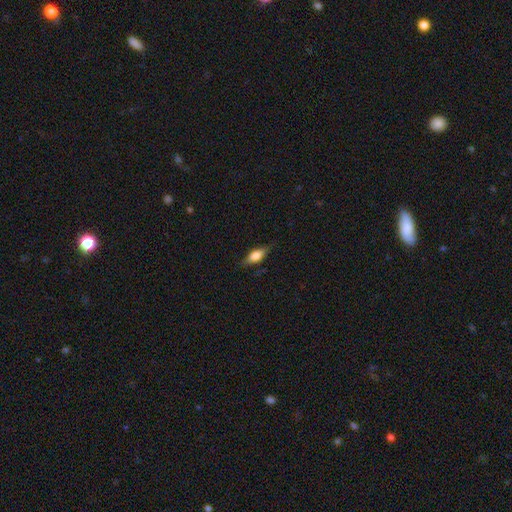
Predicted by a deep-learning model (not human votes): A smooth galaxy with no disk features (57%) that is in between round and cigar-shaped (71%).

Vote fractions:
- Smooth or featured? smooth: 57% / featured or disk: 35% / star or artifact: 8%
- How rounded? in between: 71% / cigar-shaped: 24% / round: 6%
- Merging? none: 78% / minor disturbance: 17% / major disturbance: 4% / merger: 1%